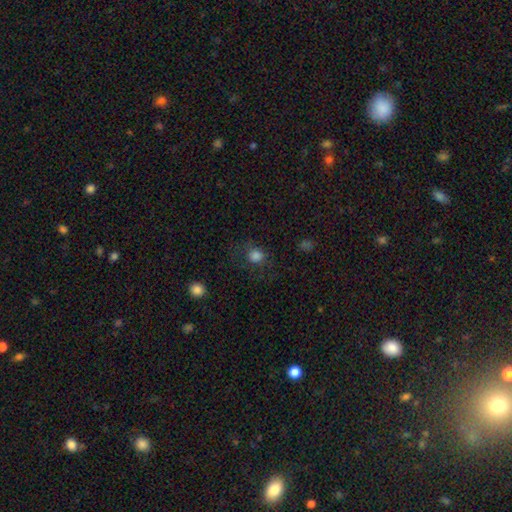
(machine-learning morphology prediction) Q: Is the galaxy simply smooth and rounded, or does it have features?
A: smooth — 80%.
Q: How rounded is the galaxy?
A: round — 81%.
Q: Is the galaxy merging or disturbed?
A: none — 69%.